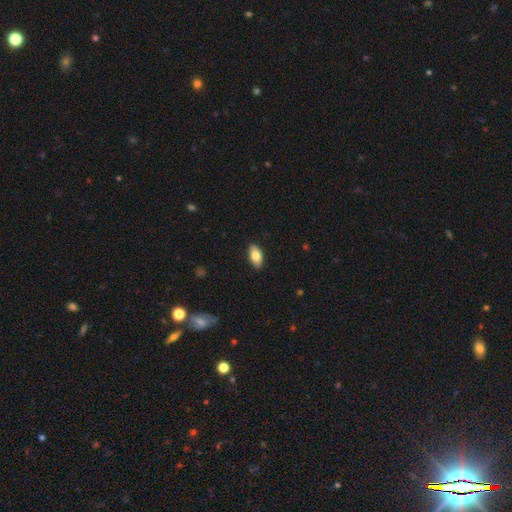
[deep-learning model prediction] A smooth galaxy with no disk features (77%) that is in between round and cigar-shaped (91%). Merging: none (89%).